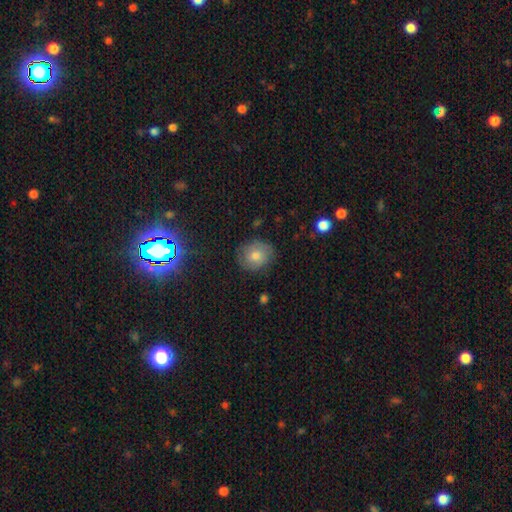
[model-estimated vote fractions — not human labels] Morphology: type=smooth (65%); roundness=round (77%); merging=none (80%).